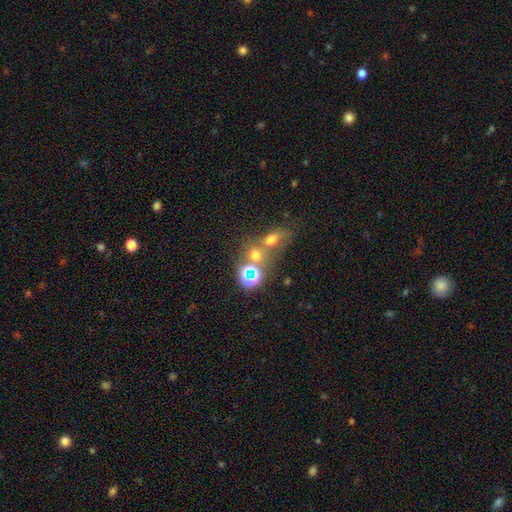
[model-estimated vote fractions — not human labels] A smooth galaxy with no disk features (50%).

Vote fractions:
- Smooth or featured? smooth: 50% / star or artifact: 35% / featured or disk: 15%
- Merging? merger: 42% (tied) / none: 42% (tied) / minor disturbance: 9% / major disturbance: 7%